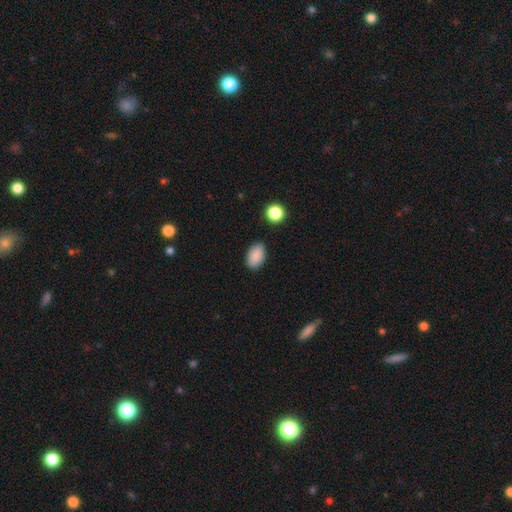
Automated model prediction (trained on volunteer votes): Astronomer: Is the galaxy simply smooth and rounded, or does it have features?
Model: smooth — 89%.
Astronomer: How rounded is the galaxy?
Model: in between — 91%.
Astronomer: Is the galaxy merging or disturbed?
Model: none — 86%.